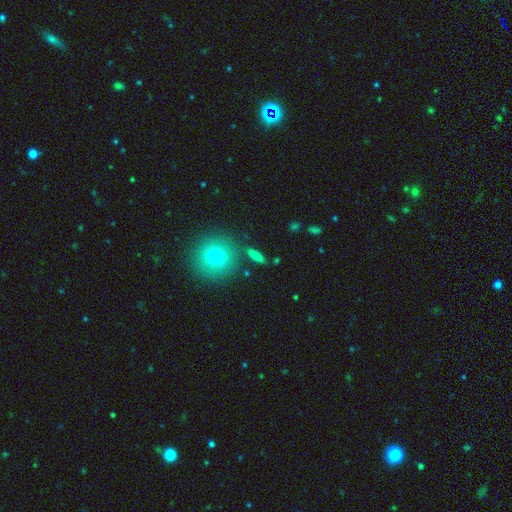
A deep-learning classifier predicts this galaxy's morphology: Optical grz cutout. It shows a smooth galaxy with no disk features (70%) that is cigar-shaped (53%). Merging: none (82%).